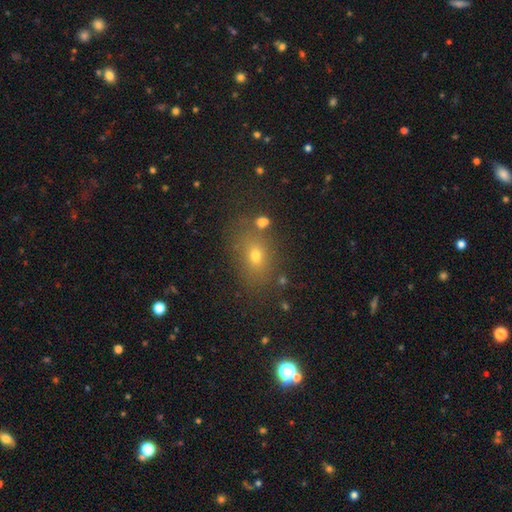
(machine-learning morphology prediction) smooth-or-featured: smooth: 66% | star or artifact: 20% | featured or disk: 14%
  how-rounded: in between: 66% | round: 31% | cigar-shaped: 2%
  merging: none: 75% | minor disturbance: 12% | merger: 7% | major disturbance: 5%